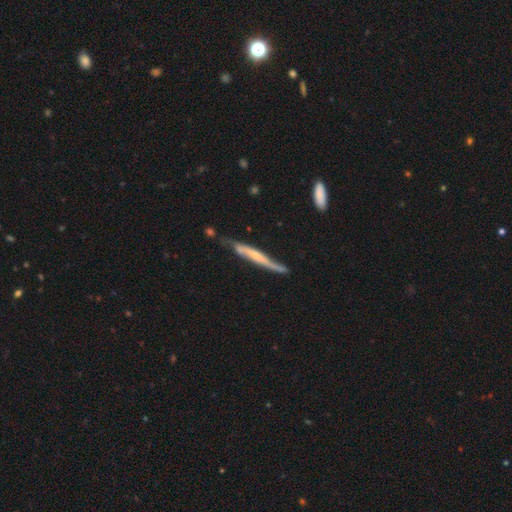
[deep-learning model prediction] Q: Smooth or featured?
A: featured or disk (66%); runner-up: smooth (29%)
Q: Edge-on disk?
A: yes (77%); runner-up: no (23%)
Q: Edge-on bulge?
A: none (49%); runner-up: rounded (36%)
Q: Merging?
A: none (51%); runner-up: minor disturbance (33%)